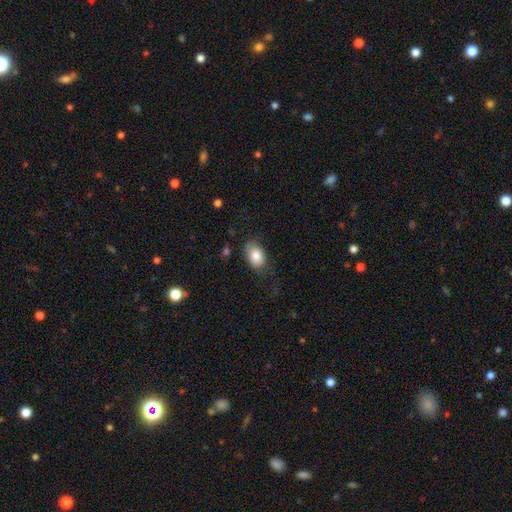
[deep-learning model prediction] Morphology: type=smooth (84%); roundness=in between (84%); merging=none (66%).